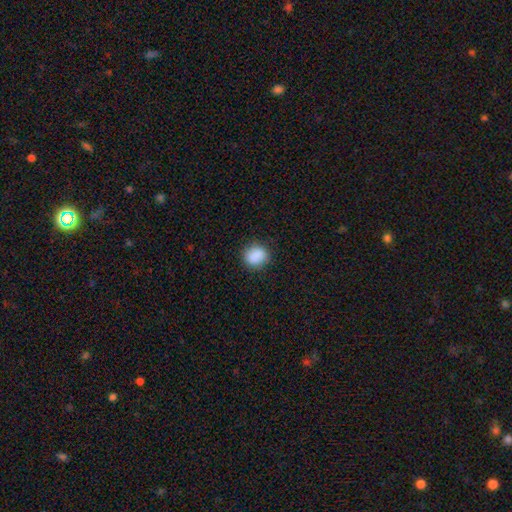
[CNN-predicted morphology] Smooth or featured? smooth (89%)
How rounded? round (70%)
Merging? none (86%)